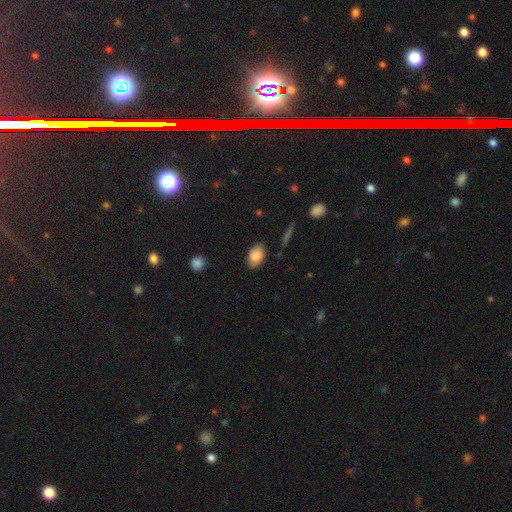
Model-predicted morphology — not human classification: smooth 82%, featured or disk 11%, star or artifact 7%. Down the decision tree: how rounded — in between (90%); merging — none (82%).